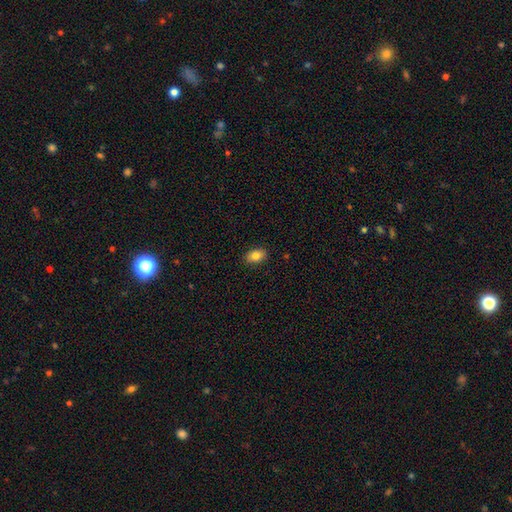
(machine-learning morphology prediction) smooth-or-featured: smooth: 83% | star or artifact: 9% | featured or disk: 8%
  how-rounded: in between: 86% | round: 12% | cigar-shaped: 2%
  merging: none: 89% | minor disturbance: 8% | major disturbance: 2% | merger: 1%